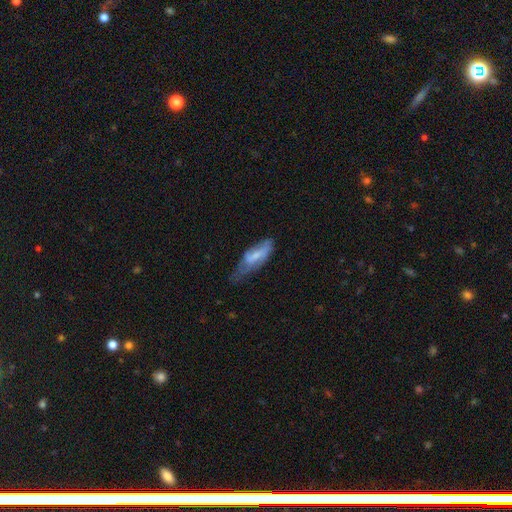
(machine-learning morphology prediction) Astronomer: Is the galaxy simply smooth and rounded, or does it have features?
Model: smooth — 48% (runner-up: featured or disk, 46%).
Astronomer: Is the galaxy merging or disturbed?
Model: minor disturbance — 40% (runner-up: none, 31%).